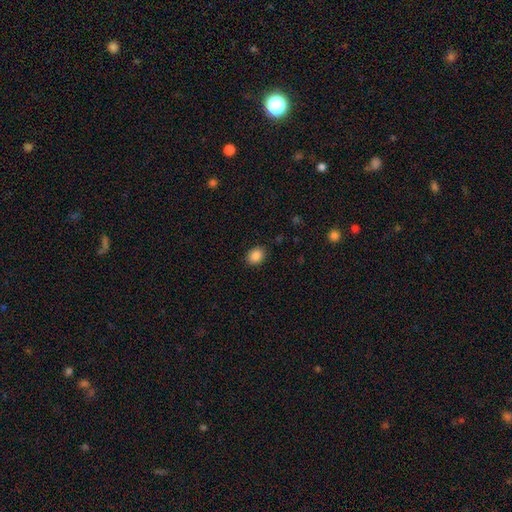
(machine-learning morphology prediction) Q: Smooth or featured?
A: smooth (87%); runner-up: star or artifact (9%)
Q: How rounded?
A: in between (52%); runner-up: round (47%)
Q: Merging?
A: none (89%); runner-up: minor disturbance (8%)